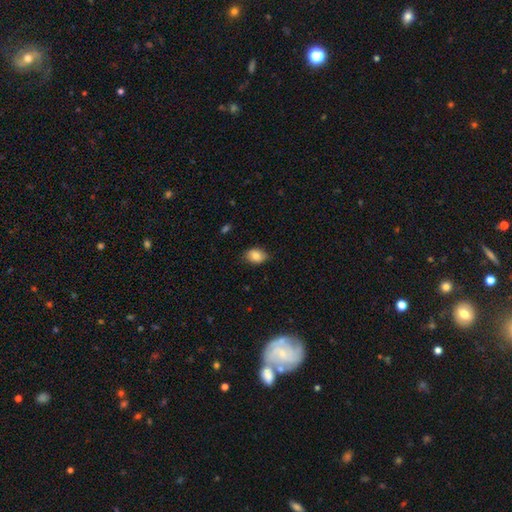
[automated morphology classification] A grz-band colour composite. It shows a smooth galaxy with no disk features (82%) that is in between round and cigar-shaped (75%). Merging: none (78%).